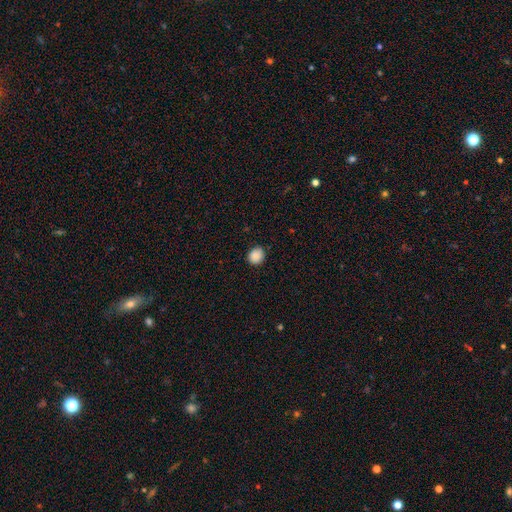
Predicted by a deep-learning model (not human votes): Morphology: type=smooth (88%); roundness=round (83%); merging=none (85%).